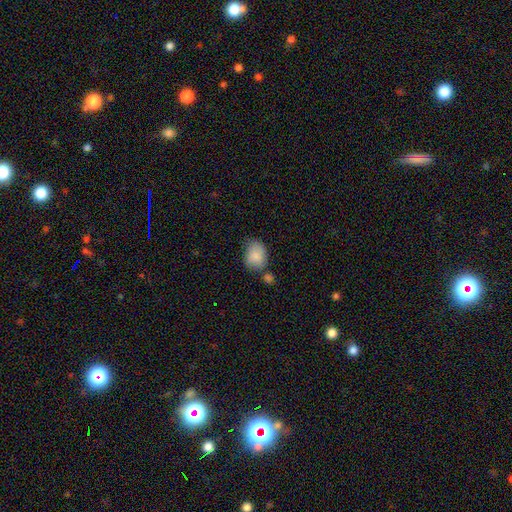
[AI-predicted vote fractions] Q: Smooth or featured?
A: smooth (85%); runner-up: featured or disk (8%)
Q: How rounded?
A: in between (62%); runner-up: round (37%)
Q: Merging?
A: none (54%); runner-up: minor disturbance (25%)